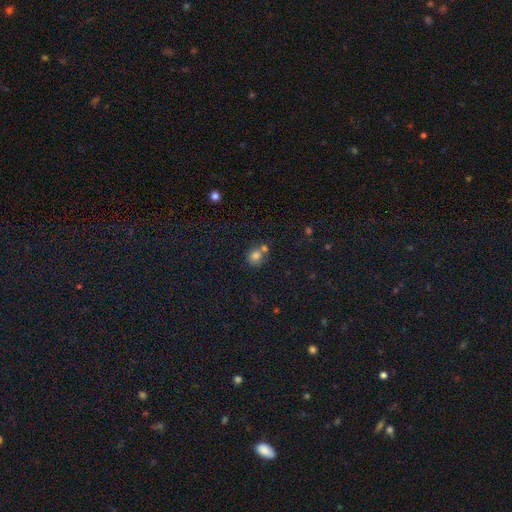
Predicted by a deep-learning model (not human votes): smooth_or_featured: smooth (p=0.78) [alt: star or artifact p=0.13]
how_rounded: round (p=0.81) [alt: in between p=0.18]
merging: none (p=0.49) [alt: merger p=0.37]